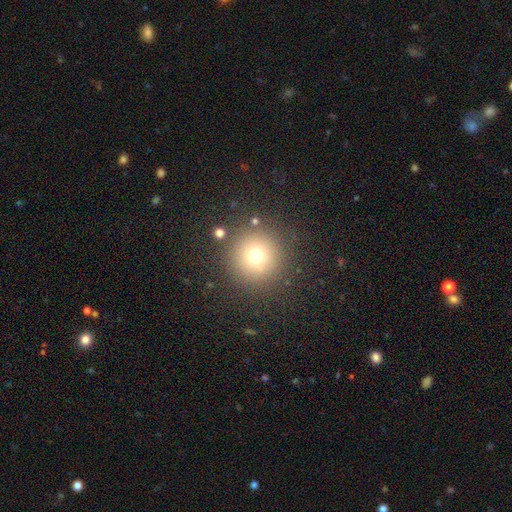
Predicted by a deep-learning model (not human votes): This is likely a smooth galaxy (72%). How rounded: clearly round (95%). Merging: clearly none (86%).